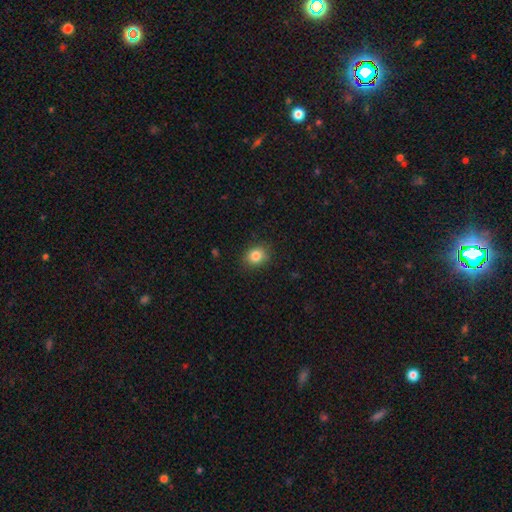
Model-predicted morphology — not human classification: smooth 84%, star or artifact 10%, featured or disk 6%. Down the decision tree: how rounded — round (58%); merging — none (85%).